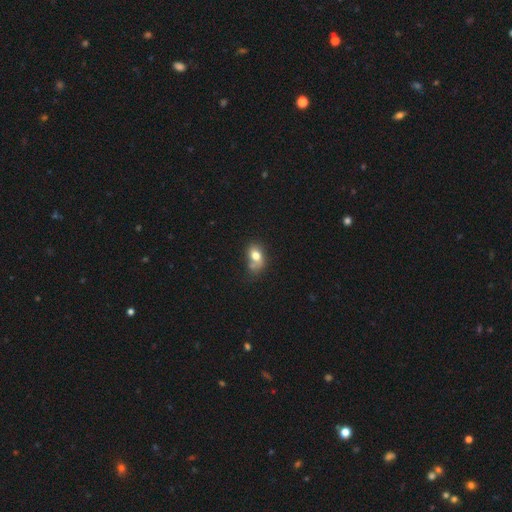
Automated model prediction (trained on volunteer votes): smooth 74%, featured or disk 16%, star or artifact 10%. Down the decision tree: how rounded — in between (71%); merging — none (40%).